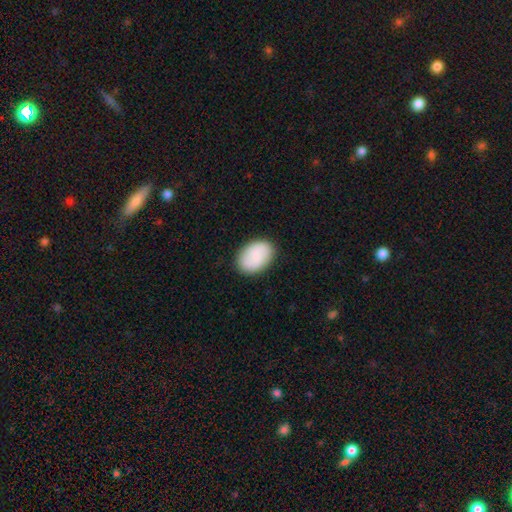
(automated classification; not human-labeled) smooth_or_featured: smooth (p=0.75) [alt: featured or disk p=0.18]
how_rounded: in between (p=0.83) [alt: round p=0.15]
merging: none (p=0.86) [alt: minor disturbance p=0.10]